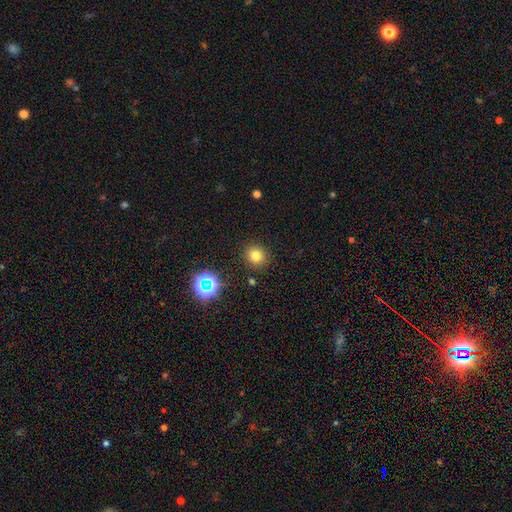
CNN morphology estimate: Smooth or featured? Predicted: smooth (p=0.76). How rounded? Predicted: round (p=0.88). Merging? Predicted: none (p=0.88).